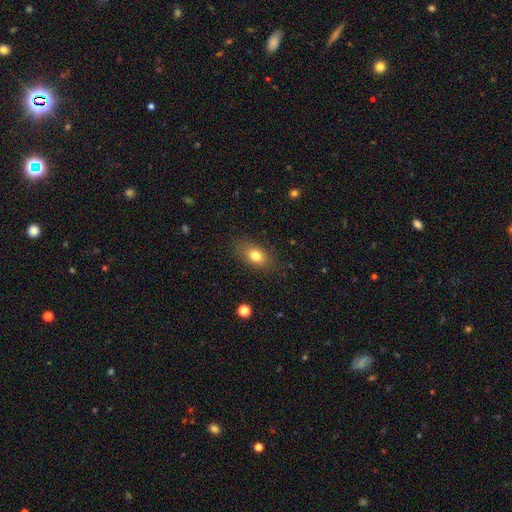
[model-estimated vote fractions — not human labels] A smooth galaxy with no disk features (78%) that is in between round and cigar-shaped (76%). Merging: none (82%).